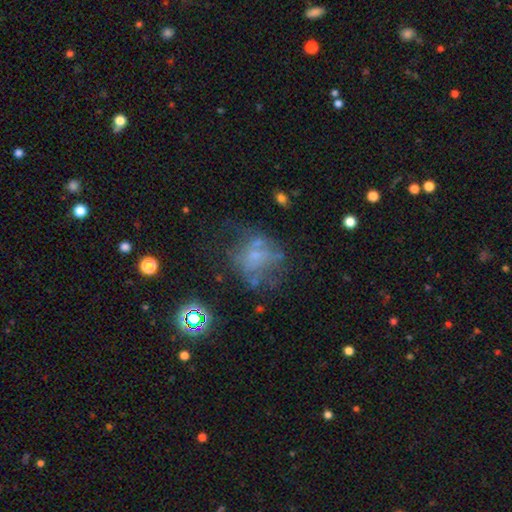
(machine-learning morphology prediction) Smooth or featured: featured or disk — 44% (smooth — 35%)
Merging: none — 41% (major disturbance — 30%)